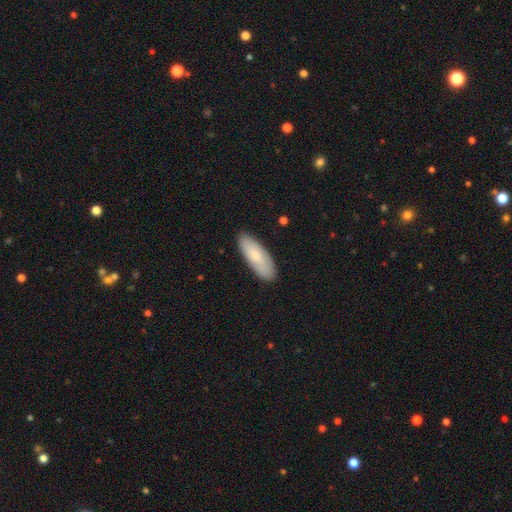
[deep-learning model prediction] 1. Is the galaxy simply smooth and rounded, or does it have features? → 76% smooth, 19% featured or disk, 6% star or artifact.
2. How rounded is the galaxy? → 68% in between, 30% cigar-shaped, 2% round.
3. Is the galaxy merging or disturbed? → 87% none, 10% minor disturbance, 2% major disturbance, 1% merger.